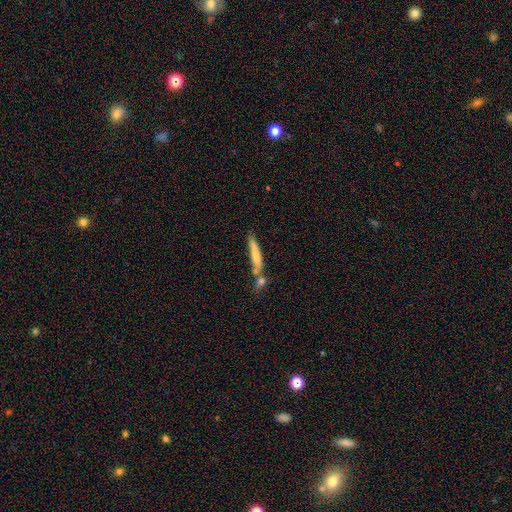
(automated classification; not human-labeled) This is likely a smooth galaxy (68%). How rounded: clearly cigar-shaped (89%). Merging: possibly none (54%).